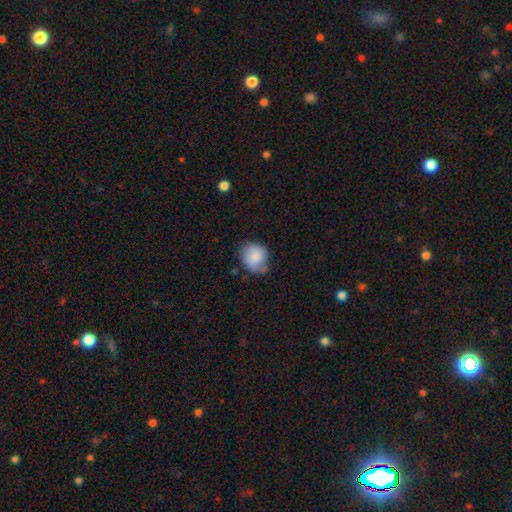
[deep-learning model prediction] Smooth or featured? smooth (80%)
How rounded? round (71%)
Merging? none (55%)